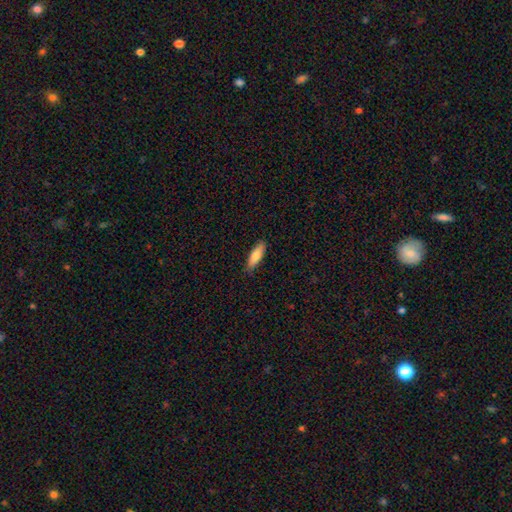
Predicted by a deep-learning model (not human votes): smooth 82%, featured or disk 13%, star or artifact 6%. Down the decision tree: how rounded — in between (50%); merging — none (85%).